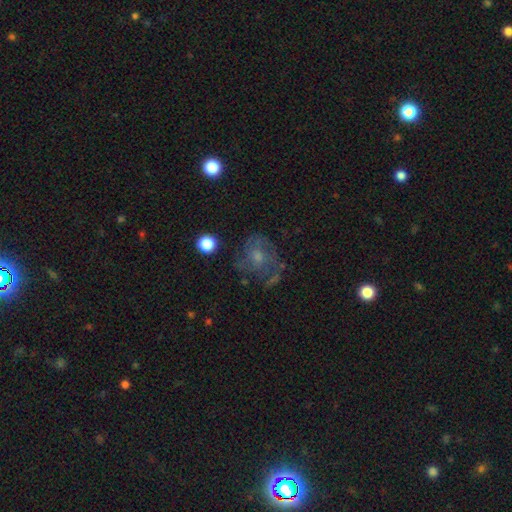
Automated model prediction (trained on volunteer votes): featured or disk 57%, smooth 29%, star or artifact 15%. Down the decision tree: edge-on disk — no (97%); bar — no (79%); spiral arms — yes (68%); bulge size — moderate (44%); merging — none (57%).